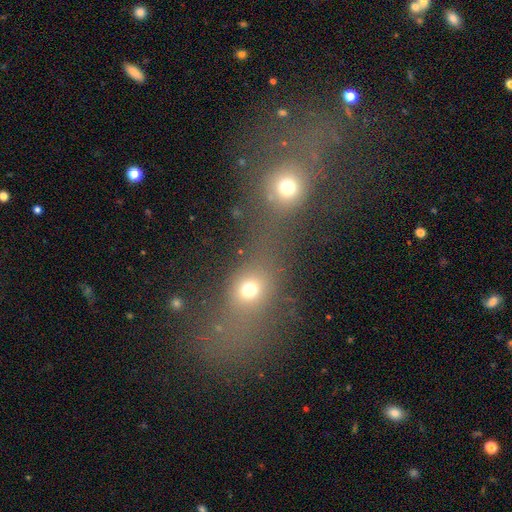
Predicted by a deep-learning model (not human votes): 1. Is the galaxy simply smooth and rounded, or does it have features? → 51% smooth, 28% star or artifact, 21% featured or disk.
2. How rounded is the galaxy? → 54% round, 41% in between, 5% cigar-shaped.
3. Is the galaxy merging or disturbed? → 81% merger, 10% none, 6% major disturbance, 3% minor disturbance.